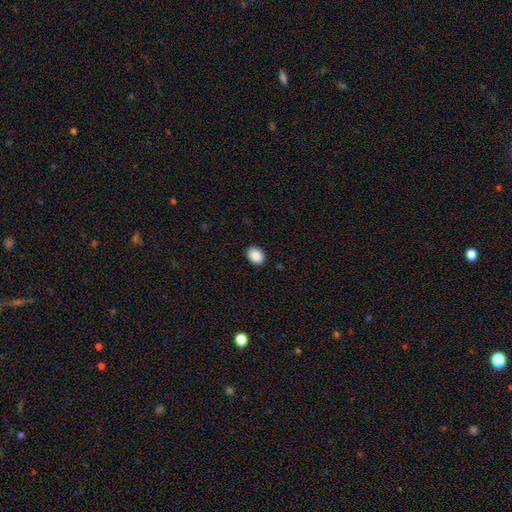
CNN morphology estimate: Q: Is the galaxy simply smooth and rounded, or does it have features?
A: smooth — 90%.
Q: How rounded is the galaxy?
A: in between — 68%.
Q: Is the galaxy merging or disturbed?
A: none — 90%.